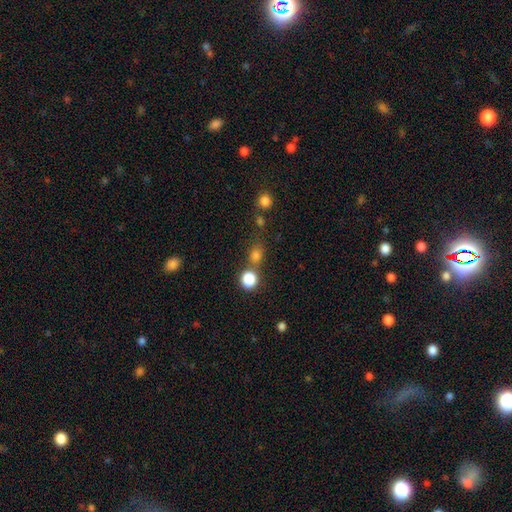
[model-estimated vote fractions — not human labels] Smooth or featured? smooth (73%)
How rounded? round (72%)
Merging? none (66%)